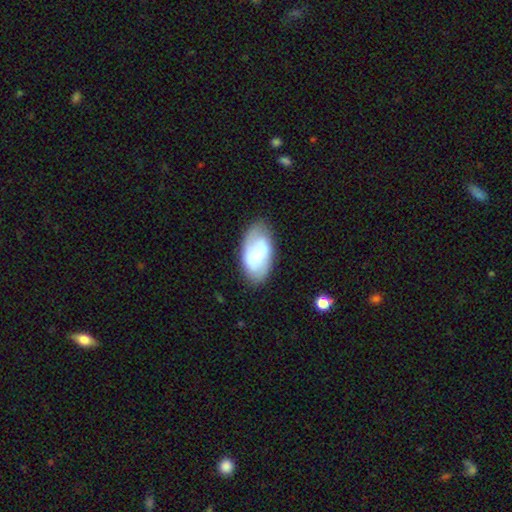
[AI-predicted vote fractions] This appears to be a smooth galaxy with no disk features (51%) that is in between round and cigar-shaped (94%). Merging: none (72%).